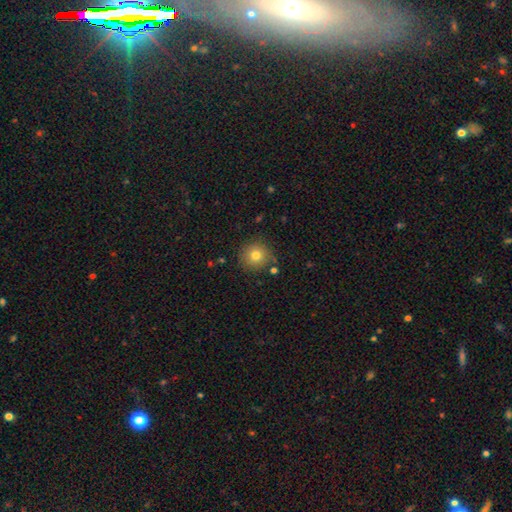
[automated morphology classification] Overall: smooth (78%). How rounded: round (94%). Merging: none (86%).